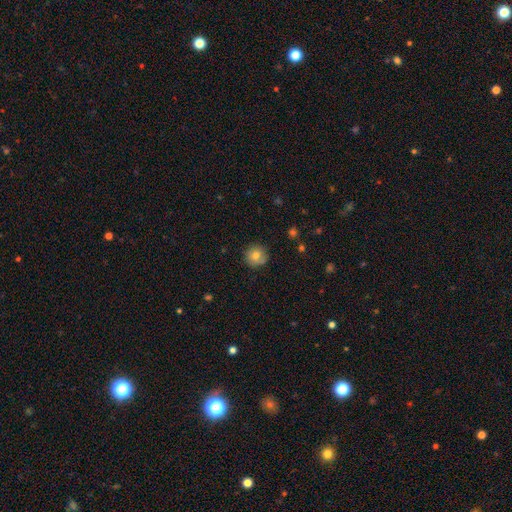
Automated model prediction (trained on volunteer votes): This is likely a smooth galaxy (76%). How rounded: clearly round (93%). Merging: clearly none (83%).